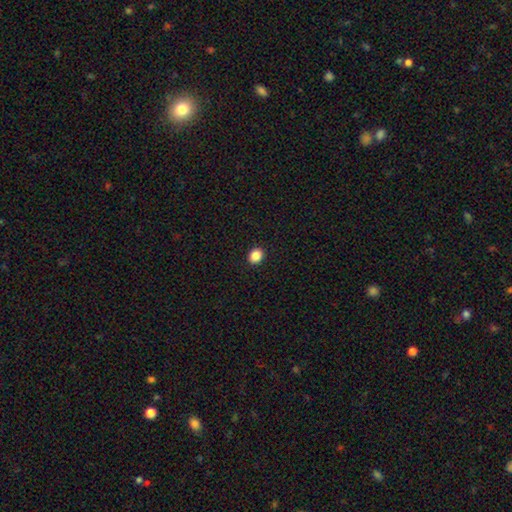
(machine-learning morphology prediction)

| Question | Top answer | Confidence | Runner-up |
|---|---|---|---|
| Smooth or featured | smooth | 87% | star or artifact (10%) |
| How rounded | round | 63% | in between (36%) |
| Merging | none | 92% | minor disturbance (5%) |